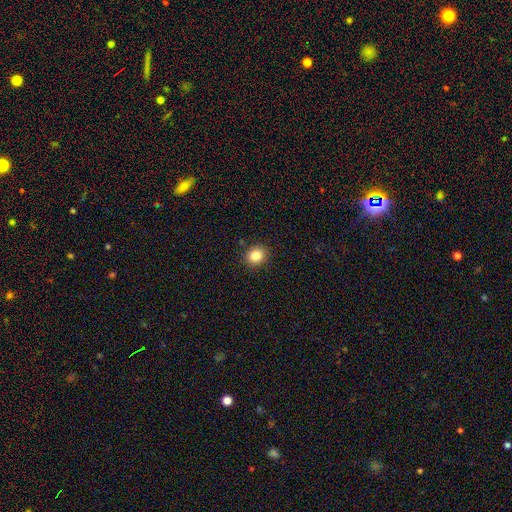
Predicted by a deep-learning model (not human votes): Overall: smooth (86%). How rounded: round (73%). Merging: none (89%).